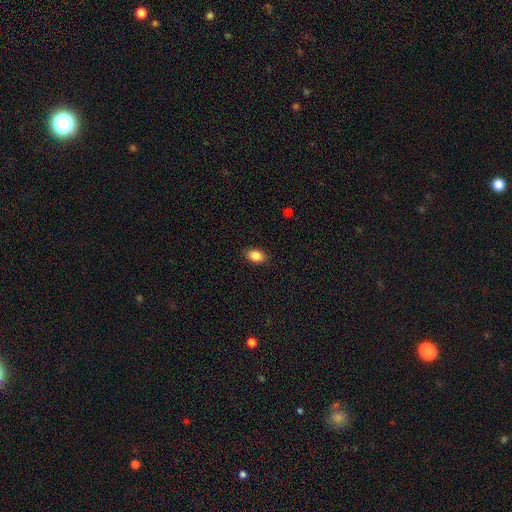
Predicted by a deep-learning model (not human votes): This appears to be a smooth galaxy with no disk features (88%) that is in between round and cigar-shaped (86%). Merging: none (89%).